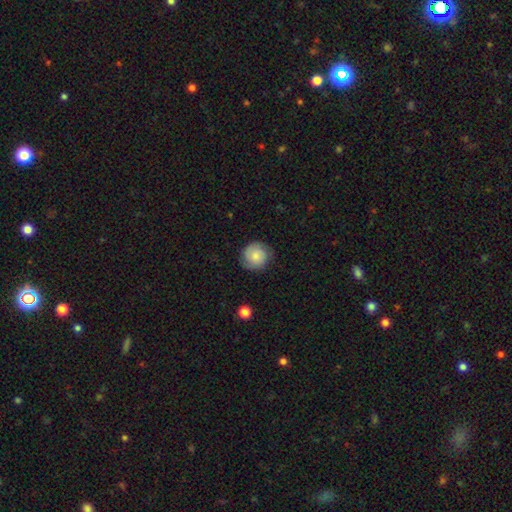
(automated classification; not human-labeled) The model was most divided on "smooth or featured": smooth: 59%, featured or disk: 33%, star or artifact: 8%. More confident: how rounded — round (90%); merging — none (78%).